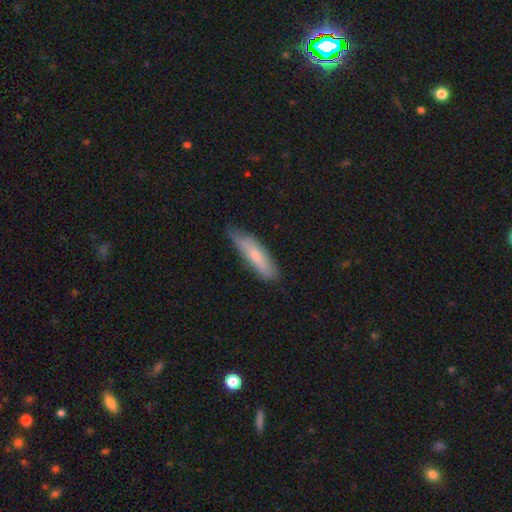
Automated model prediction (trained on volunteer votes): Smooth or featured?
  - smooth: 67% *
  - featured or disk: 27%
  - star or artifact: 6%
How rounded?
  - cigar-shaped: 68% *
  - in between: 31%
  - round: 2%
Merging?
  - none: 63% *
  - minor disturbance: 30%
  - major disturbance: 5%
  - merger: 2%